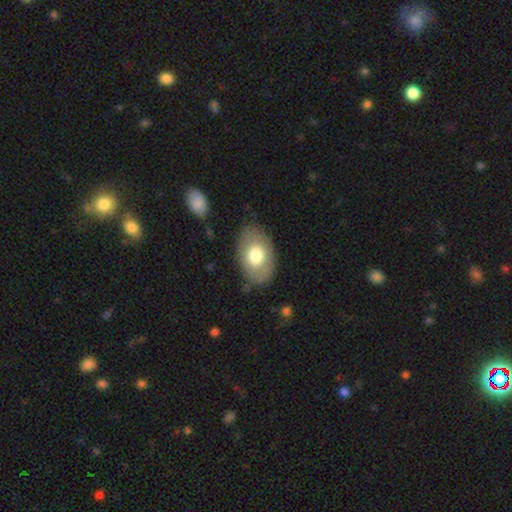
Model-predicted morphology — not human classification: This is likely a smooth galaxy (69%). How rounded: clearly in between (88%). Merging: likely none (78%).